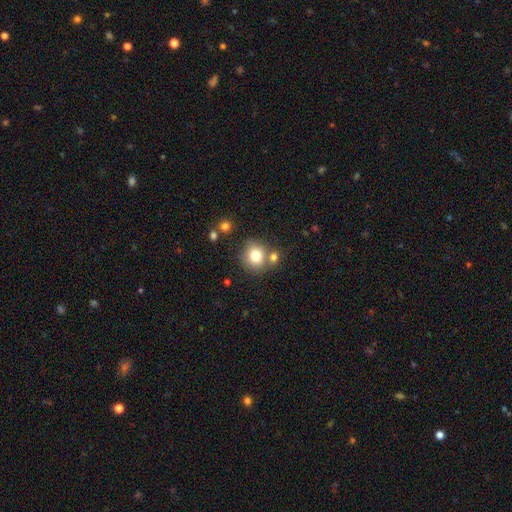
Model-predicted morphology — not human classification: This is likely a smooth galaxy (77%). How rounded: clearly round (84%). Merging: likely none (65%).